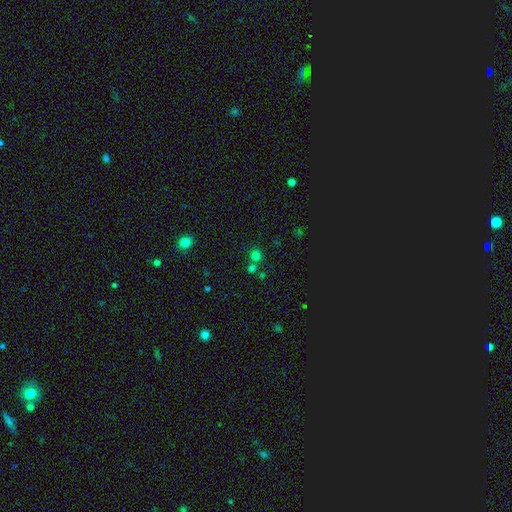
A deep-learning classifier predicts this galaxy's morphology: smooth_or_featured: smooth (p=0.66) [alt: star or artifact p=0.27]
how_rounded: round (p=0.88) [alt: in between p=0.11]
merging: none (p=0.66) [alt: merger p=0.23]